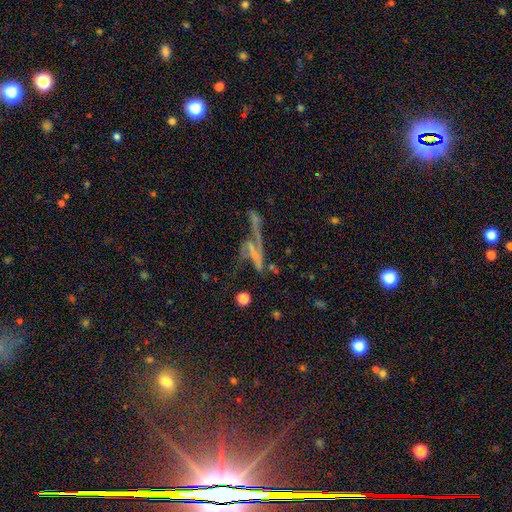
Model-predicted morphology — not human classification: Smooth or featured: featured or disk — 45% (star or artifact — 30%)
Merging: merger — 32% (tied with none — 32%)